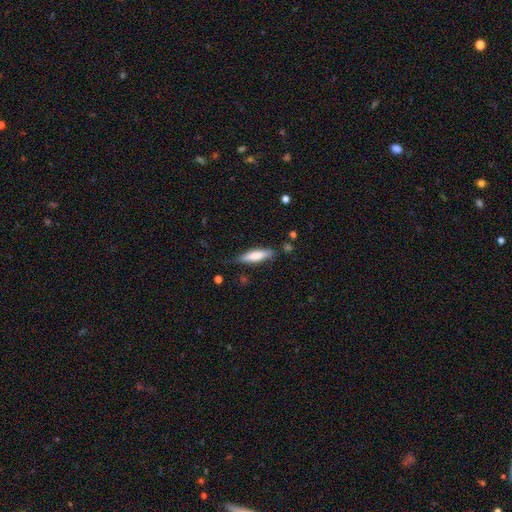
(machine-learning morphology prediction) Smooth or featured: smooth — 74% (featured or disk — 20%)
How rounded: cigar-shaped — 66% (in between — 32%)
Merging: none — 70% (minor disturbance — 23%)